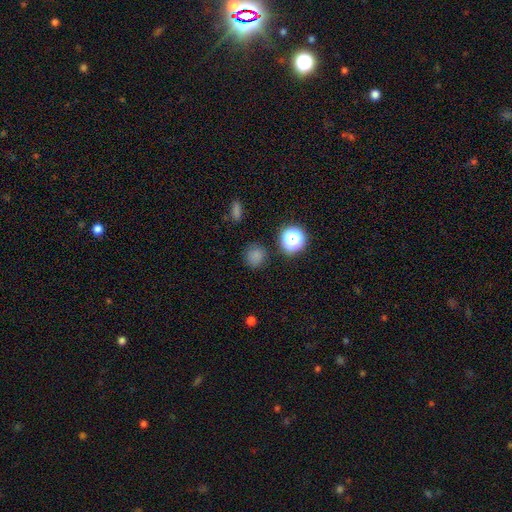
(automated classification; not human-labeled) Overall: smooth (76%). How rounded: round (89%). Merging: none (83%).